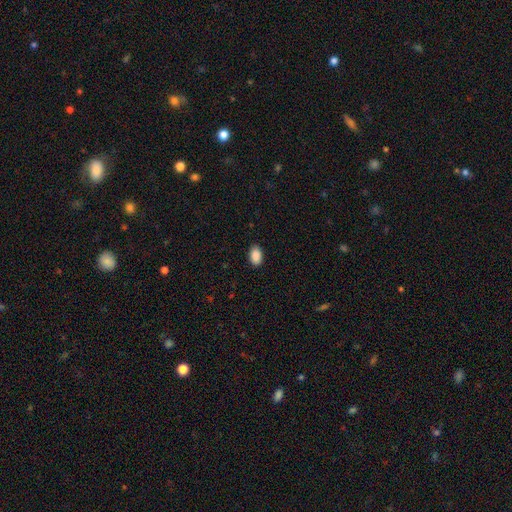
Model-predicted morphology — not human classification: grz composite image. It shows a smooth galaxy with no disk features (90%) that is in between round and cigar-shaped (93%). Merging: none (89%).